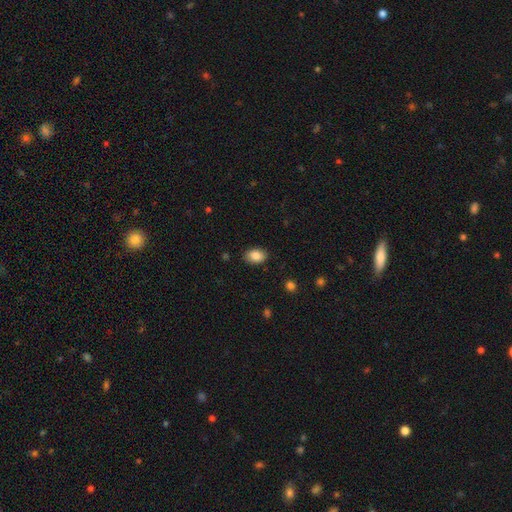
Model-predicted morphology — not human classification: type=smooth (86%); roundness=in between (83%); merging=none (86%).